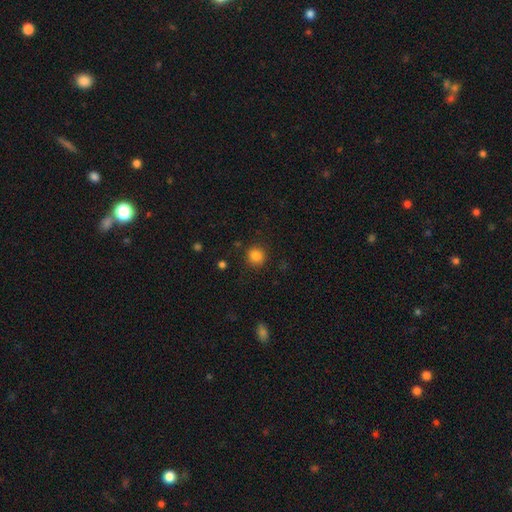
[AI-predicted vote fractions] Smooth or featured? smooth (85%)
How rounded? round (91%)
Merging? none (89%)